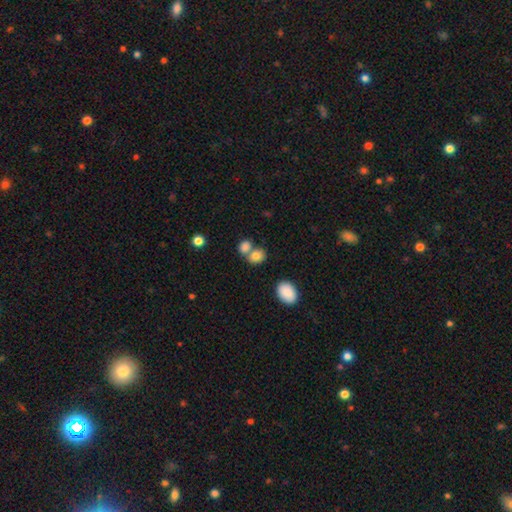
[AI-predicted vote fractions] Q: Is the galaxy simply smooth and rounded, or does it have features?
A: smooth — 81%.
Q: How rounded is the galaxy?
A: in between — 50%.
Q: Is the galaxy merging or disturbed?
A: none — 46%.